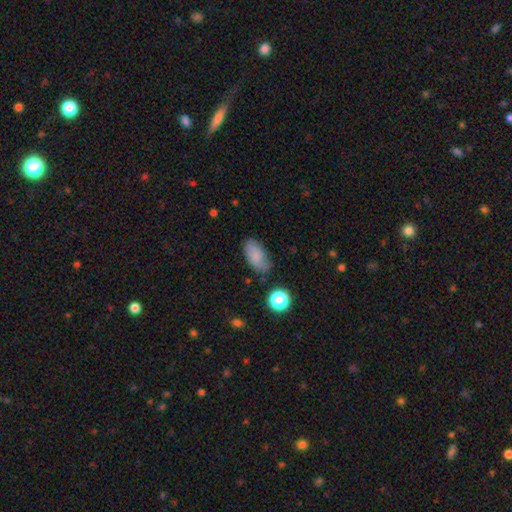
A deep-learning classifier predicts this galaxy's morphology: This is likely a smooth galaxy (78%). How rounded: clearly in between (92%). Merging: likely none (72%).